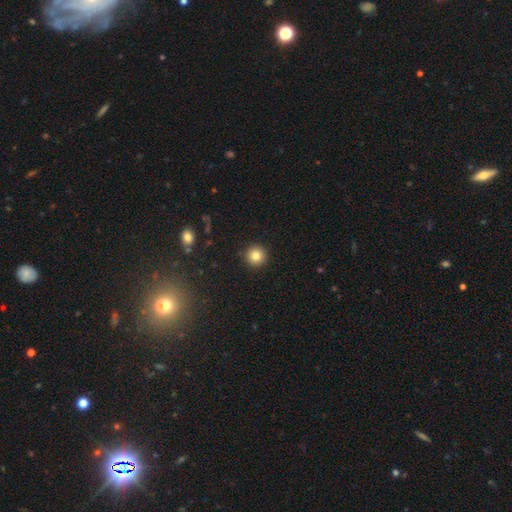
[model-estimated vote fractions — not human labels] smooth-or-featured: smooth: 82% | star or artifact: 10% | featured or disk: 7%
  how-rounded: round: 96% | in between: 3% | cigar-shaped: 1%
  merging: none: 93% | minor disturbance: 5% | major disturbance: 2% | merger: 1%